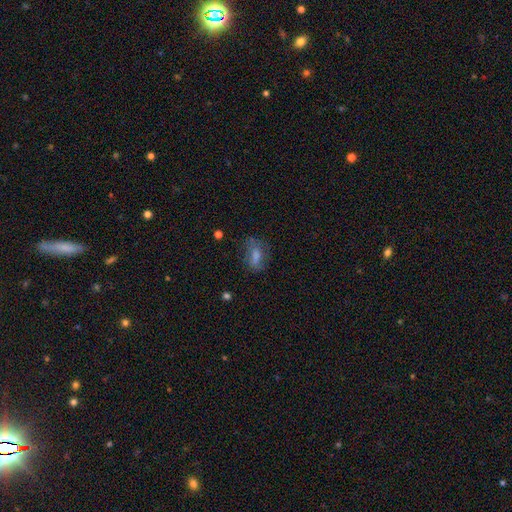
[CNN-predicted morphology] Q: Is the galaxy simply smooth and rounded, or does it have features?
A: smooth — 52%.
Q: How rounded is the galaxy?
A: in between — 75%.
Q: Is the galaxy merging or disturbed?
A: none — 63%.